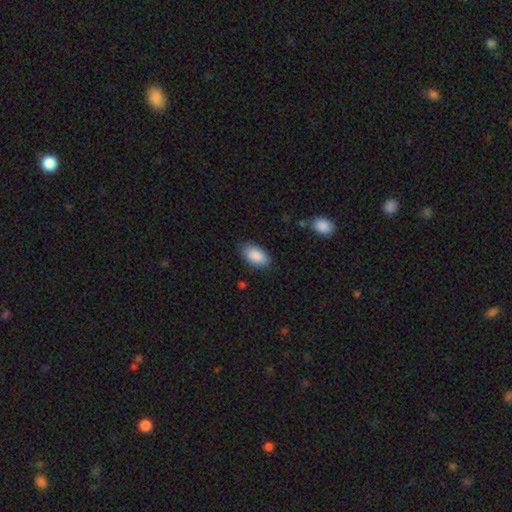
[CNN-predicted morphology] smooth-or-featured: smooth: 90% | star or artifact: 6% | featured or disk: 4%
  how-rounded: in between: 95% | round: 3% | cigar-shaped: 2%
  merging: none: 84% | minor disturbance: 12% | major disturbance: 3% | merger: 1%